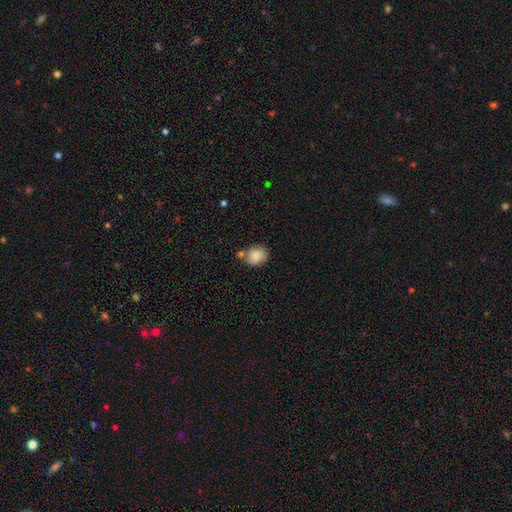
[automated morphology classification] A smooth galaxy with no disk features (87%) that is round (63%).

Vote fractions:
- Smooth or featured? smooth: 87% / star or artifact: 8% / featured or disk: 5%
- How rounded? round: 63% / in between: 35% / cigar-shaped: 1%
- Merging? none: 67% / minor disturbance: 16% / merger: 13% / major disturbance: 4%